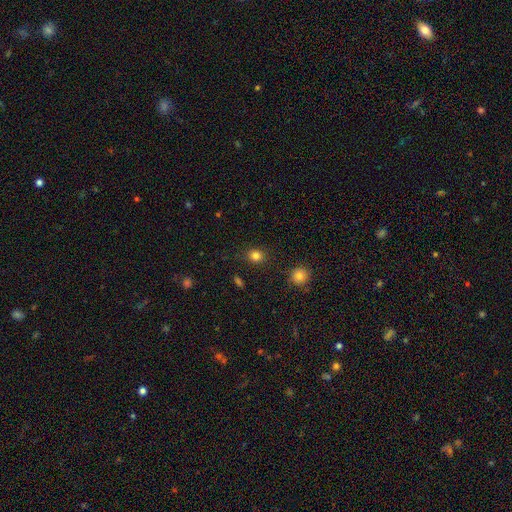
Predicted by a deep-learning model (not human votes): A smooth galaxy with no disk features (82%) that is round (74%).

Vote fractions:
- Smooth or featured? smooth: 82% / star or artifact: 13% / featured or disk: 5%
- How rounded? round: 74% / in between: 25% / cigar-shaped: 1%
- Merging? none: 87% / minor disturbance: 9% / major disturbance: 3% / merger: 2%